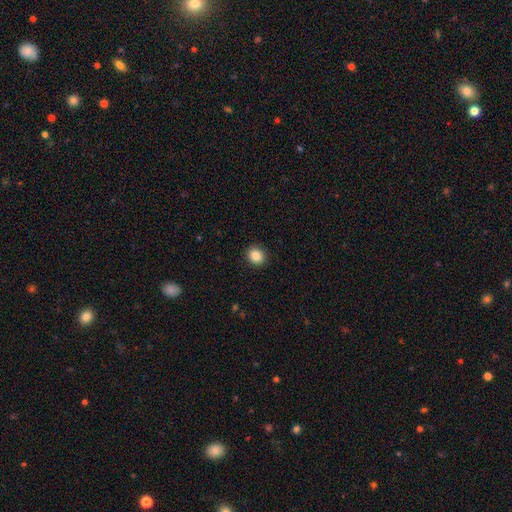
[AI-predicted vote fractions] smooth-or-featured: smooth: 85% | star or artifact: 10% | featured or disk: 5%
  how-rounded: round: 75% | in between: 24% | cigar-shaped: 1%
  merging: none: 92% | minor disturbance: 6% | major disturbance: 2% | merger: 1%